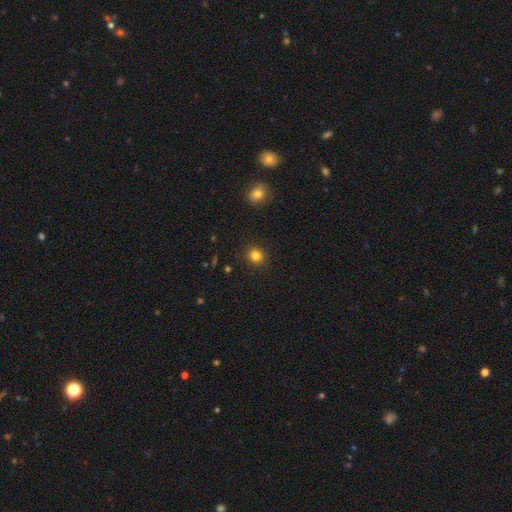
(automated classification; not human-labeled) Smooth or featured: smooth — 83% (star or artifact — 12%)
How rounded: round — 80% (in between — 20%)
Merging: none — 91% (minor disturbance — 6%)